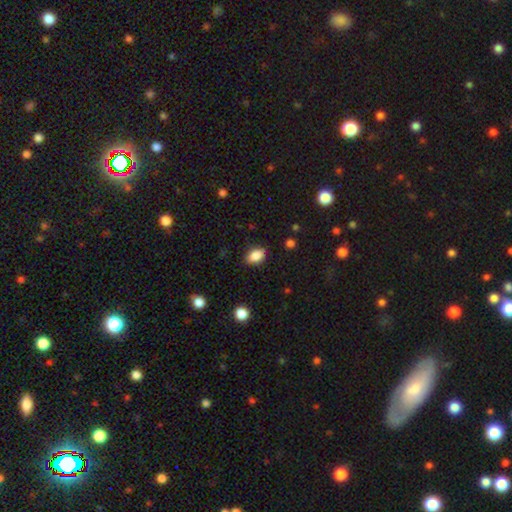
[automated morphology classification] Smooth or featured?
  - smooth: 86% *
  - star or artifact: 9%
  - featured or disk: 6%
How rounded?
  - in between: 83% *
  - round: 15%
  - cigar-shaped: 2%
Merging?
  - none: 83% *
  - minor disturbance: 13%
  - major disturbance: 3%
  - merger: 1%